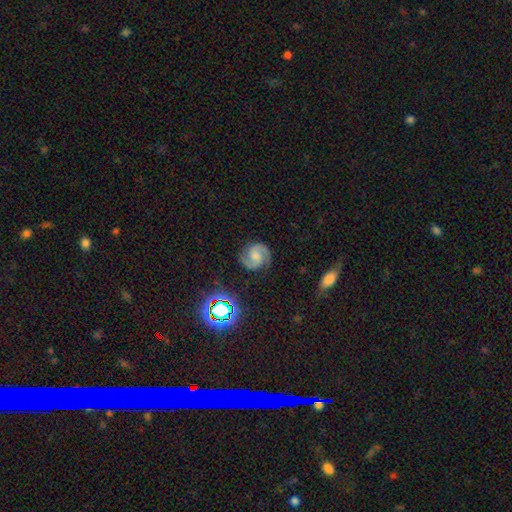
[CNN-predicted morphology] smooth_or_featured: featured or disk (p=0.83) [alt: smooth p=0.09]
disk_edge_on: no (p=0.98) [alt: yes p=0.02]
bar: no (p=0.50) [alt: weak p=0.40]
has_spiral_arms: yes (p=0.98) [alt: no p=0.02]
spiral_winding: medium (p=0.52) [alt: tight p=0.38]
spiral_arm_count: 2 (p=0.92) [alt: can't tell p=0.03]
bulge_size: moderate (p=0.36) [alt: small p=0.31]
merging: none (p=0.82) [alt: minor disturbance p=0.12]